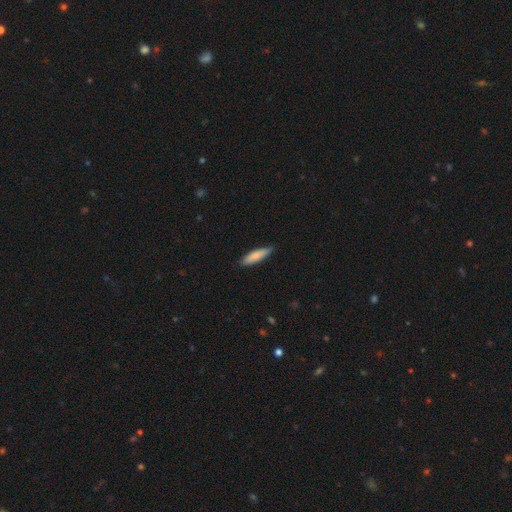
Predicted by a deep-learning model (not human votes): smooth-or-featured: smooth: 82% | featured or disk: 13% | star or artifact: 6%
  how-rounded: cigar-shaped: 71% | in between: 27% | round: 1%
  merging: none: 83% | minor disturbance: 14% | major disturbance: 2% | merger: 1%